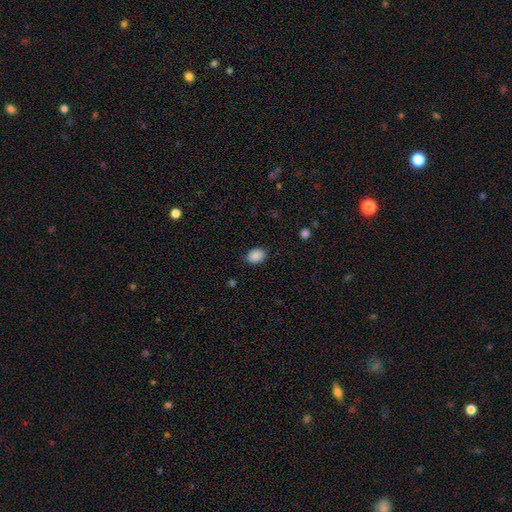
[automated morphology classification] The model was most divided on "how rounded": in between: 70%, round: 29%, cigar-shaped: 1%. More confident: smooth or featured — smooth (89%); merging — none (86%).